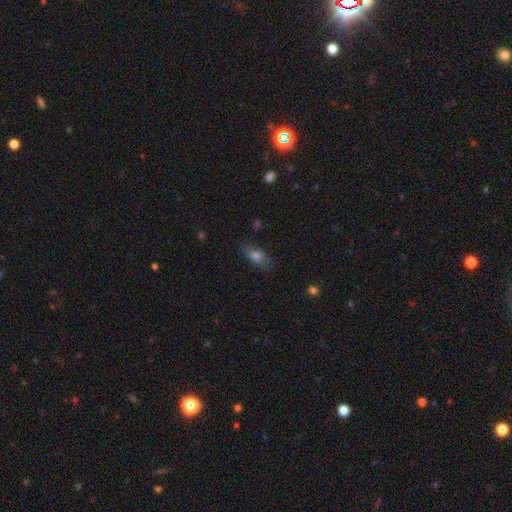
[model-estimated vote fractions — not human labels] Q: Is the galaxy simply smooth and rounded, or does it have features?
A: smooth — 66%.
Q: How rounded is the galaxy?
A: in between — 69%.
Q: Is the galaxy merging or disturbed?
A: none — 79%.